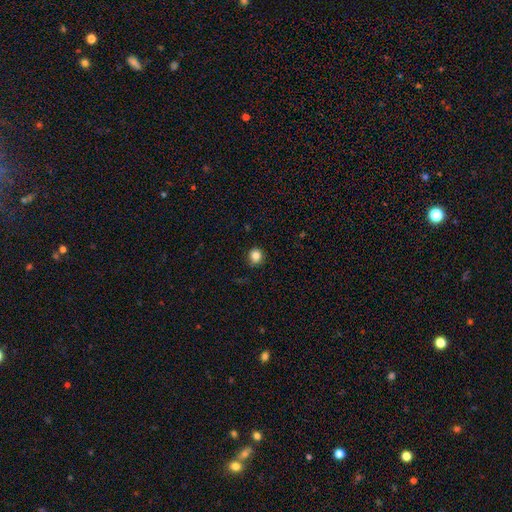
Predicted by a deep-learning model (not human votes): Q: Smooth or featured?
A: smooth (84%); runner-up: star or artifact (11%)
Q: How rounded?
A: round (86%); runner-up: in between (13%)
Q: Merging?
A: none (85%); runner-up: minor disturbance (12%)